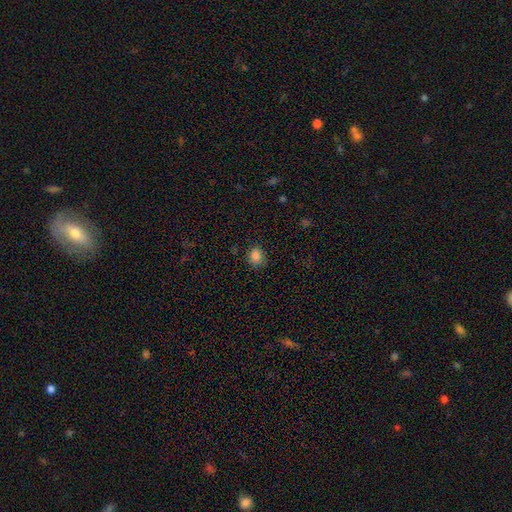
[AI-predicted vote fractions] Q: Smooth or featured?
A: smooth (83%); runner-up: star or artifact (14%)
Q: How rounded?
A: round (67%); runner-up: in between (32%)
Q: Merging?
A: none (83%); runner-up: minor disturbance (13%)